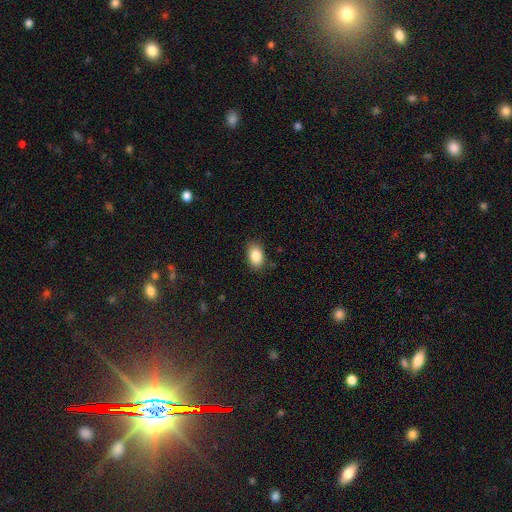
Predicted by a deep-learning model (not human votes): A smooth galaxy with no disk features (86%) that is in between round and cigar-shaped (88%).

Vote fractions:
- Smooth or featured? smooth: 86% / star or artifact: 8% / featured or disk: 6%
- How rounded? in between: 88% / round: 10% / cigar-shaped: 1%
- Merging? none: 85% / minor disturbance: 11% / major disturbance: 2% / merger: 1%